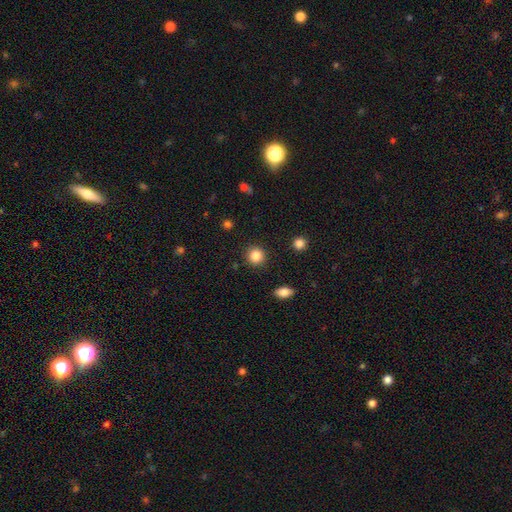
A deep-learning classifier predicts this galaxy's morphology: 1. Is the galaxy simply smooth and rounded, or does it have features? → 86% smooth, 10% star or artifact, 4% featured or disk.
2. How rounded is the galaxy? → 92% round, 7% in between, 1% cigar-shaped.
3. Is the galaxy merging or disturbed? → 90% none, 6% minor disturbance, 2% major disturbance, 2% merger.